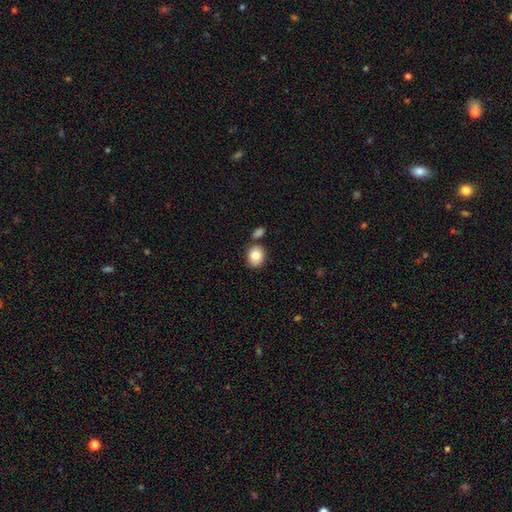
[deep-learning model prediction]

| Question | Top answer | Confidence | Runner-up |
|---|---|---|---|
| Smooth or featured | smooth | 82% | featured or disk (9%) |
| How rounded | round | 53% | in between (46%) |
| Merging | none | 73% | minor disturbance (12%) |